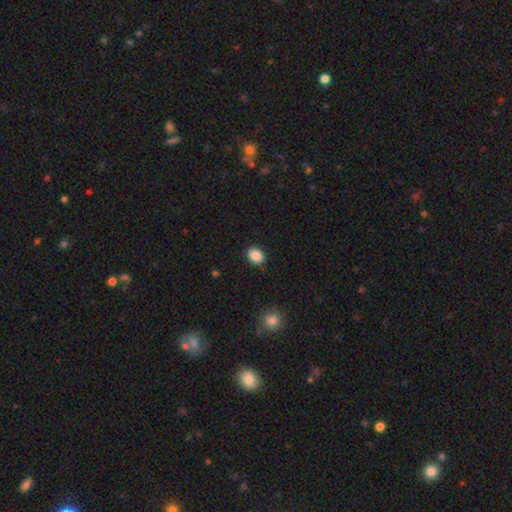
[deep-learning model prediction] Morphology: type=smooth (88%); roundness=in between (62%); merging=none (85%).